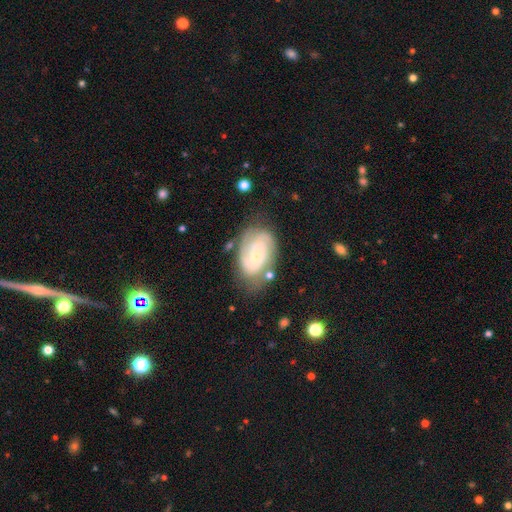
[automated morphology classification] Smooth or featured: featured or disk — 80% (smooth — 14%)
Edge-on disk: no — 97% (yes — 3%)
Bar: no — 60% (weak — 33%)
Spiral arms: yes — 94% (no — 6%)
Spiral winding: tight — 53% (medium — 37%)
Spiral arm count: 2 — 56% (can't tell — 19%)
Bulge size: small — 69% (moderate — 26%)
Merging: none — 67% (minor disturbance — 21%)